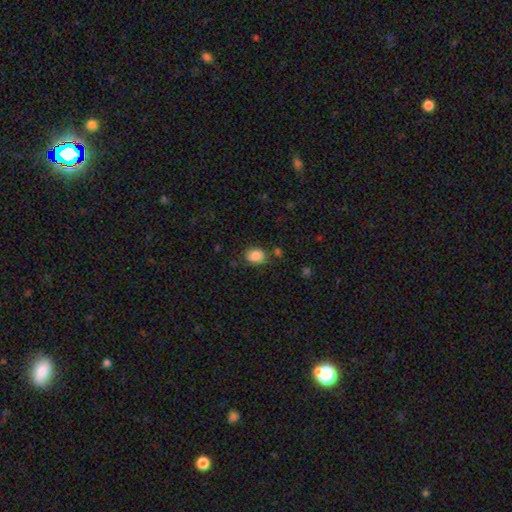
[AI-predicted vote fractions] A smooth galaxy with no disk features (88%) that is in between round and cigar-shaped (63%).

Vote fractions:
- Smooth or featured? smooth: 88% / star or artifact: 9% / featured or disk: 3%
- How rounded? in between: 63% / round: 36% / cigar-shaped: 1%
- Merging? none: 78% / minor disturbance: 14% / merger: 4% / major disturbance: 4%